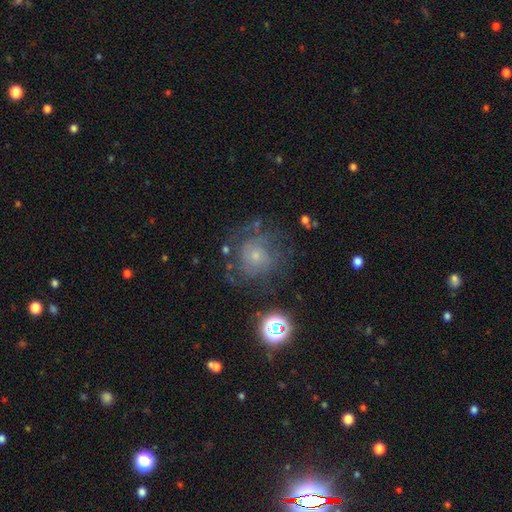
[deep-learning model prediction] featured or disk 45%, smooth 37%, star or artifact 19%. Down the decision tree: merging — none (61%).